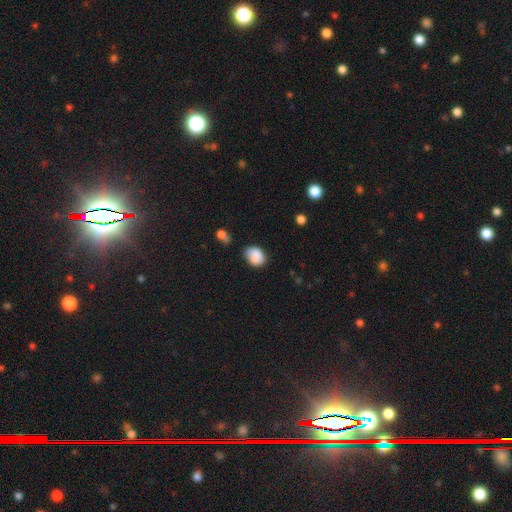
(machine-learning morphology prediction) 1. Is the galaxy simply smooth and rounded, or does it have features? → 87% smooth, 8% star or artifact, 5% featured or disk.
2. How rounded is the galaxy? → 59% in between, 40% round, 1% cigar-shaped.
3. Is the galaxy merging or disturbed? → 55% none, 33% minor disturbance, 7% major disturbance, 5% merger.